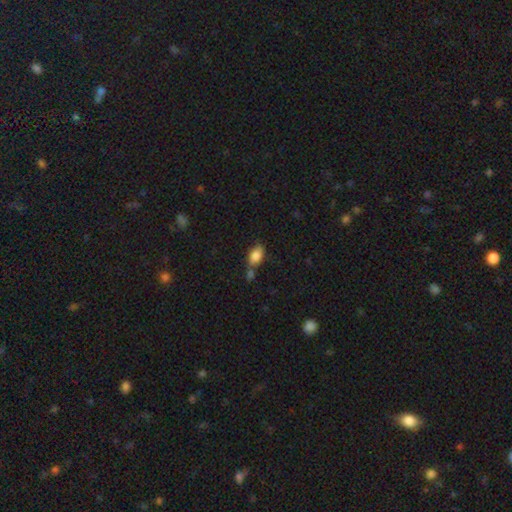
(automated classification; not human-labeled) Q: Smooth or featured?
A: smooth (84%); runner-up: star or artifact (8%)
Q: How rounded?
A: in between (89%); runner-up: round (8%)
Q: Merging?
A: none (53%); runner-up: merger (24%)